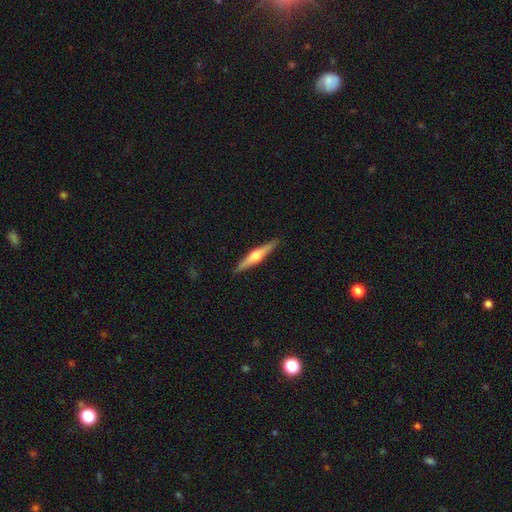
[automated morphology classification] Smooth or featured?
  - featured or disk: 67% *
  - smooth: 28%
  - star or artifact: 5%
Edge-on disk?
  - yes: 97% *
  - no: 3%
Edge-on bulge?
  - rounded: 93% *
  - boxy: 4%
  - none: 3%
Merging?
  - none: 91% *
  - minor disturbance: 6%
  - major disturbance: 1%
  - merger: 1%